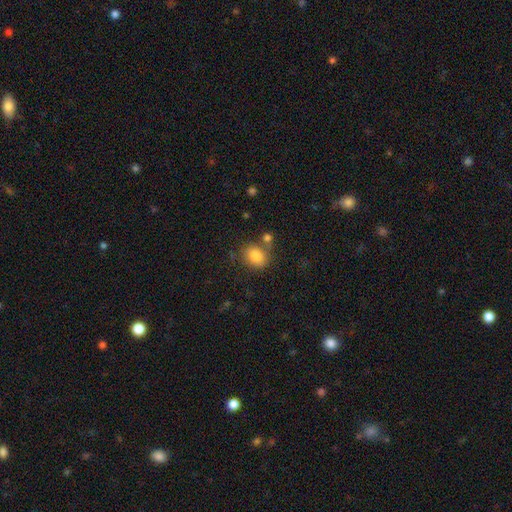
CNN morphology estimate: Smooth or featured? Predicted: smooth (p=0.83). How rounded? Predicted: in between (p=0.58). Merging? Predicted: none (p=0.63).